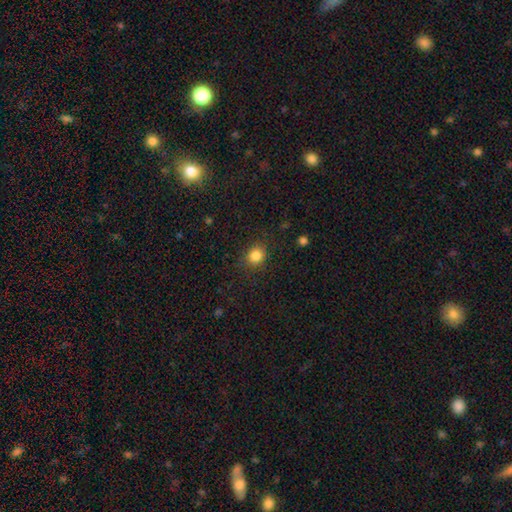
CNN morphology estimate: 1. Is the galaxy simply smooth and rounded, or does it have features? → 84% smooth, 11% star or artifact, 4% featured or disk.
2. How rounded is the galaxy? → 76% round, 23% in between, 1% cigar-shaped.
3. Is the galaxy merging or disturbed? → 85% none, 10% minor disturbance, 4% major disturbance, 1% merger.